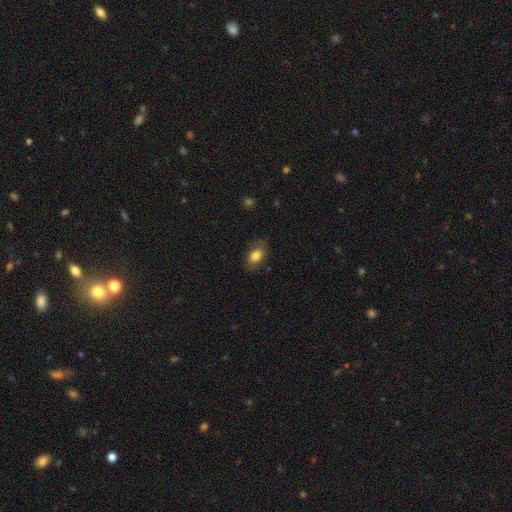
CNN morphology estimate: Overall: smooth (80%). How rounded: in between (79%). Merging: none (77%).